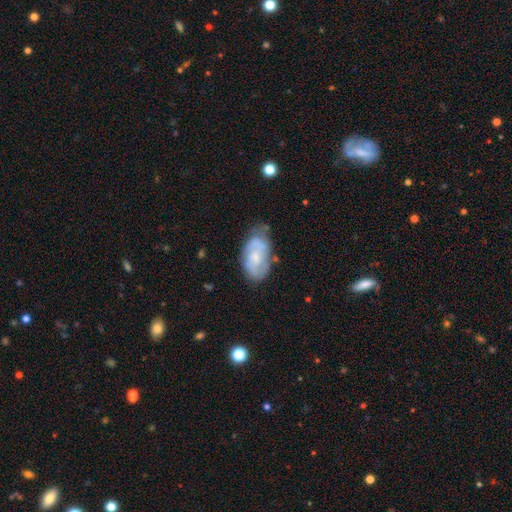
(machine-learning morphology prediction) smooth-or-featured: featured or disk: 58% | smooth: 35% | star or artifact: 7%
  disk-edge-on: no: 95% | yes: 5%
    bar: no: 66% | weak: 29% | strong: 5%
    has-spiral-arms: yes: 73% | no: 27%
    bulge-size: small: 53% | moderate: 33% | none: 11% | large: 3% | dominant: 1%
  merging: none: 57% | minor disturbance: 31% | major disturbance: 9% | merger: 3%